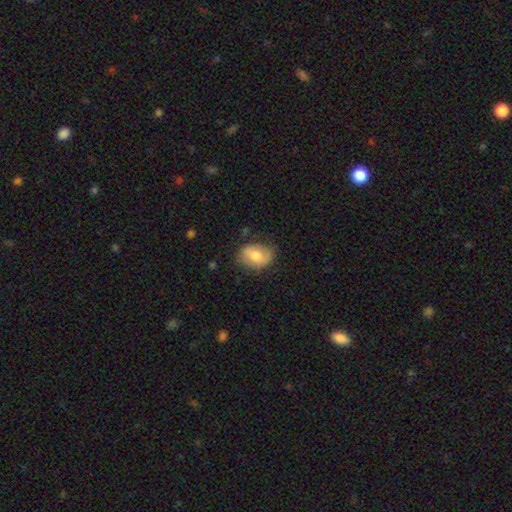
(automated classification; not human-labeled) smooth 62%, featured or disk 30%, star or artifact 7%. Down the decision tree: how rounded — in between (73%); merging — none (67%).